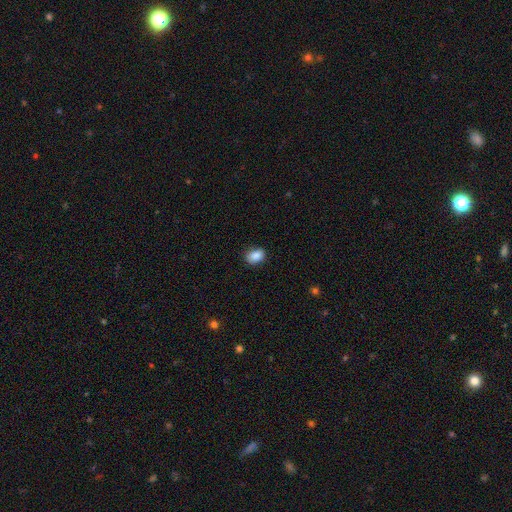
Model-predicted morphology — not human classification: Smooth or featured: smooth — 88% (star or artifact — 8%)
How rounded: in between — 75% (round — 24%)
Merging: none — 84% (minor disturbance — 12%)